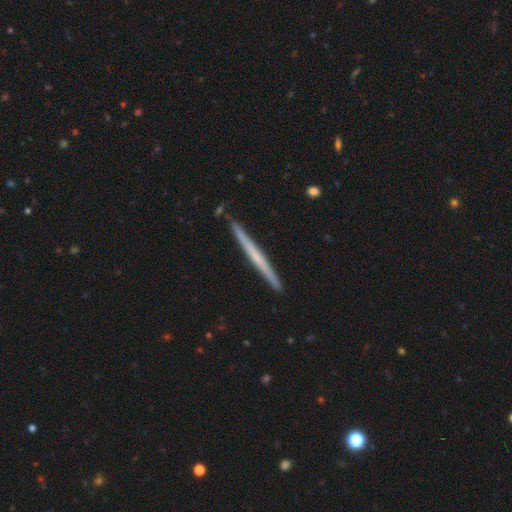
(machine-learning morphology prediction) type=featured or disk (58%); edge-on=yes (98%); edge-on bulge=none (76%); merging=none (91%).